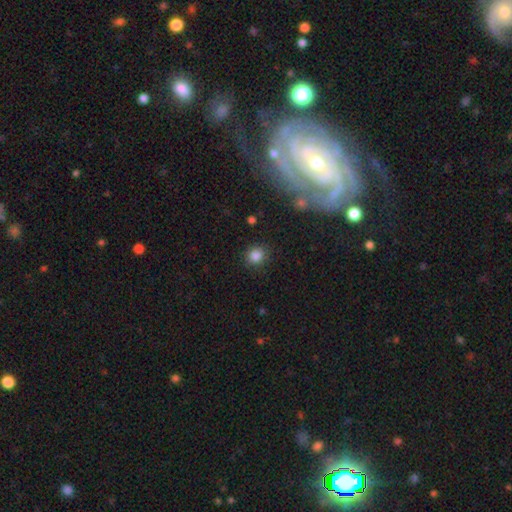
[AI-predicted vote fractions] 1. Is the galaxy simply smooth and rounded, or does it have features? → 84% smooth, 12% star or artifact, 5% featured or disk.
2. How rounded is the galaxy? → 85% round, 14% in between, 1% cigar-shaped.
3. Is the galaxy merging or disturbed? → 87% none, 9% minor disturbance, 3% major disturbance, 2% merger.